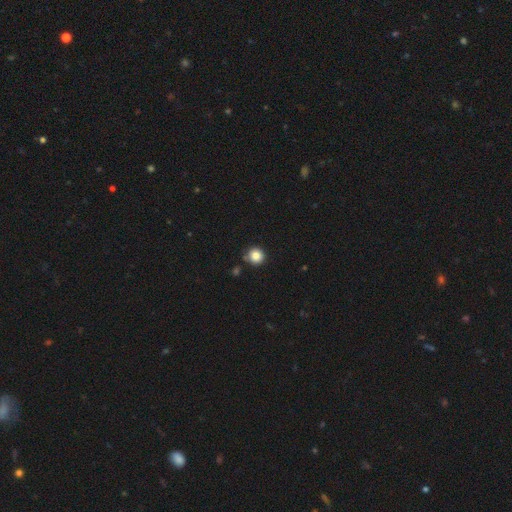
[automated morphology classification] Smooth or featured? smooth (85%)
How rounded? round (94%)
Merging? none (83%)